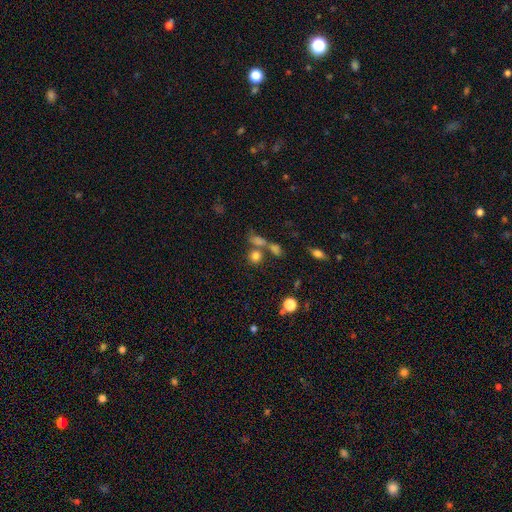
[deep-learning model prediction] smooth_or_featured: smooth (p=0.76) [alt: star or artifact p=0.15]
how_rounded: round (p=0.77) [alt: in between p=0.21]
merging: none (p=0.54) [alt: merger p=0.31]